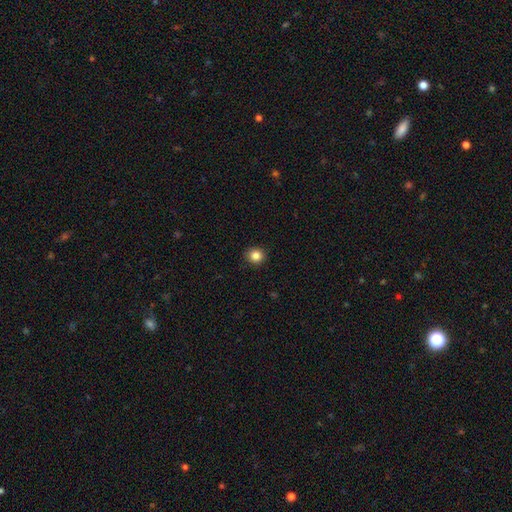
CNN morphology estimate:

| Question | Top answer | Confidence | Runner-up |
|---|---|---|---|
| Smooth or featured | smooth | 85% | star or artifact (11%) |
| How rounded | round | 89% | in between (11%) |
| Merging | none | 91% | minor disturbance (6%) |